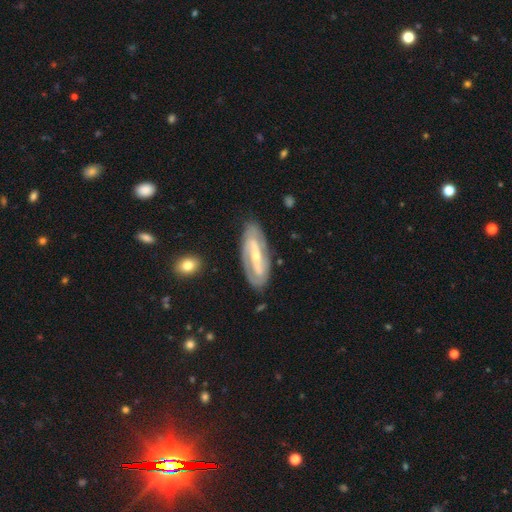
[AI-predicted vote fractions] Morphology: type=featured or disk (82%); edge-on=no (90%); bar=strong (56%); spiral arms=yes (89%); winding=tight (42%); arm count=2 (83%); bulge=small (58%); merging=none (82%).